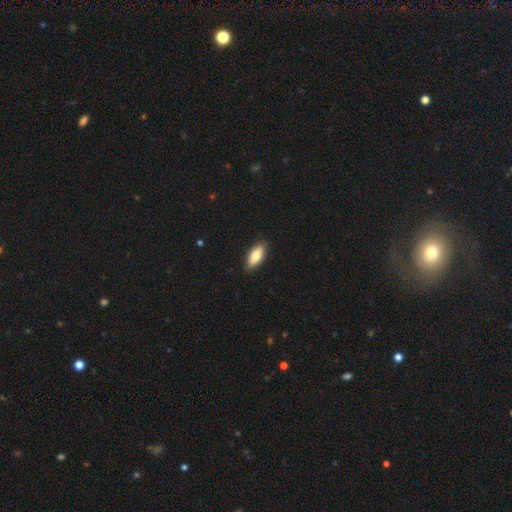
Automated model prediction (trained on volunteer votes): Smooth or featured: smooth — 79% (featured or disk — 15%)
How rounded: in between — 85% (cigar-shaped — 13%)
Merging: none — 88% (minor disturbance — 10%)